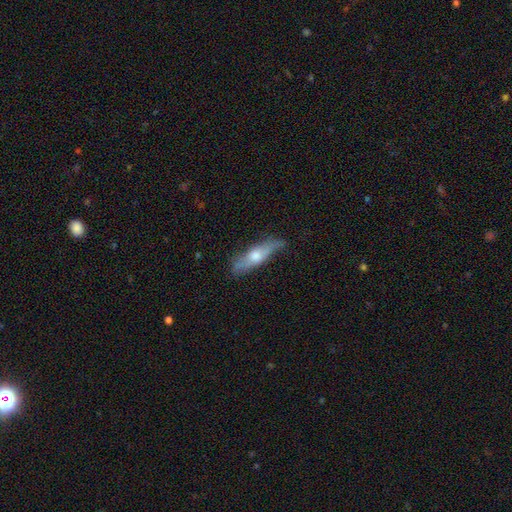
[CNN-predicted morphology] type=featured or disk (55%); edge-on=yes (80%); merging=none (73%).